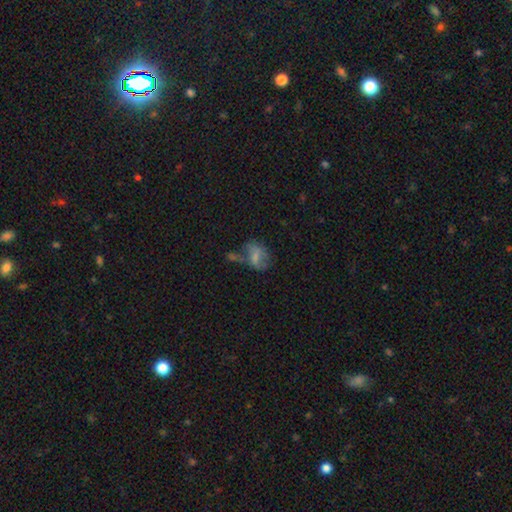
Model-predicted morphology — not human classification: Overall: smooth (51%; featured or disk 35%). How rounded: in between (76%). Merging: none (31%; major disturbance 27%).